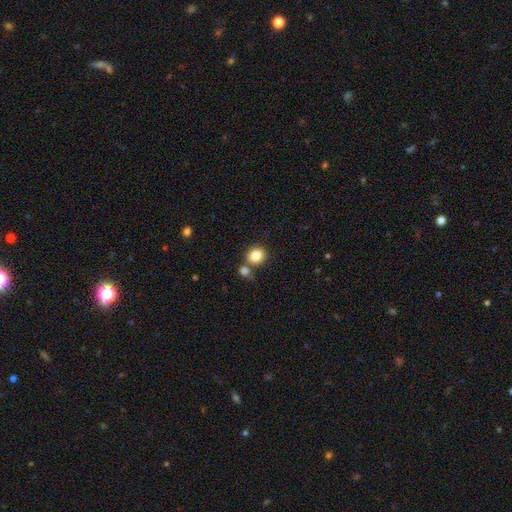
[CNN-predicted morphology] smooth 84%, star or artifact 10%, featured or disk 7%. Down the decision tree: how rounded — round (75%); merging — none (63%).